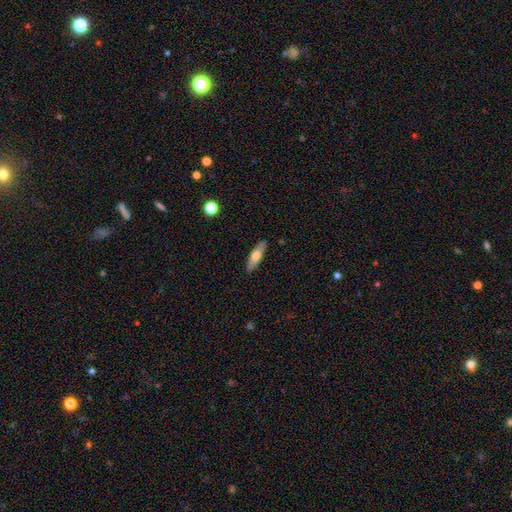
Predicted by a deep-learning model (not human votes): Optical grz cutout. It shows a smooth galaxy with no disk features (60%) that is cigar-shaped (50%). Merging: none (88%).